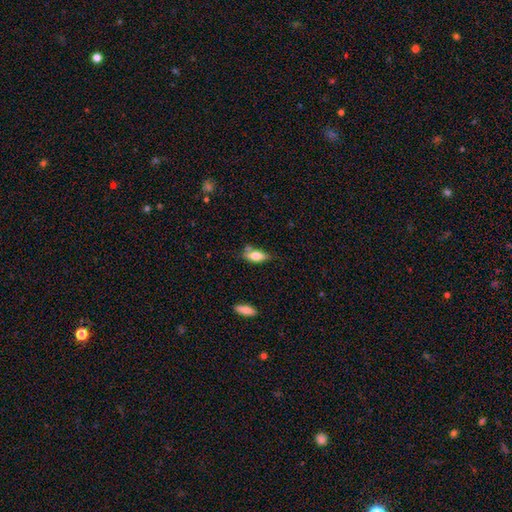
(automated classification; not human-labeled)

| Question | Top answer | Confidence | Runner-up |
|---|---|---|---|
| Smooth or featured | smooth | 74% | featured or disk (19%) |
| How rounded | in between | 81% | cigar-shaped (15%) |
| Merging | none | 55% | minor disturbance (28%) |